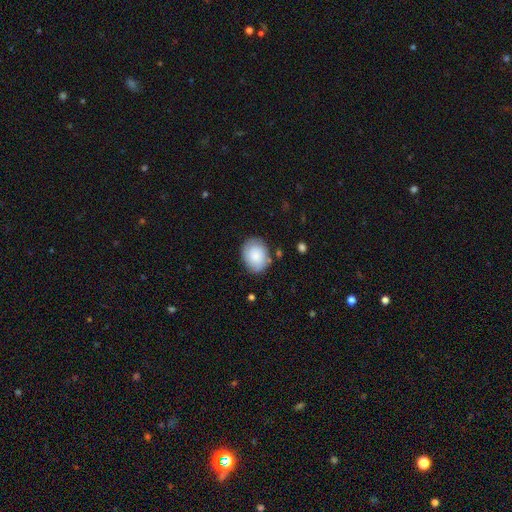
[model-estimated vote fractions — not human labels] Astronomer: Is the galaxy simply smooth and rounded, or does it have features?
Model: smooth — 77%.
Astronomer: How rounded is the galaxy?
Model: in between — 51% (runner-up: round, 48%).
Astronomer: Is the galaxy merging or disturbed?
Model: none — 76%.